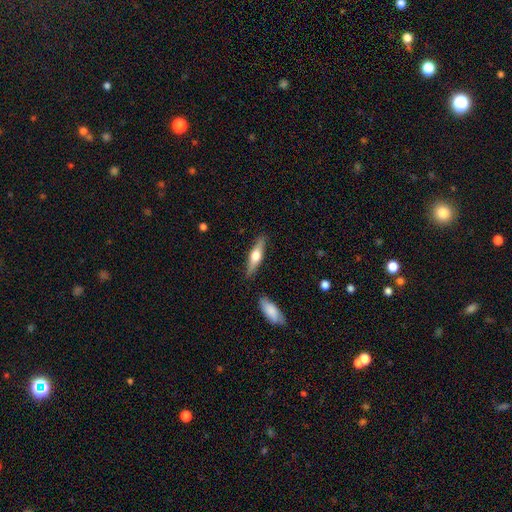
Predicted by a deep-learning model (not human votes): Smooth or featured?
  - featured or disk: 54% *
  - smooth: 40%
  - star or artifact: 6%
Edge-on disk?
  - yes: 94% *
  - no: 6%
Edge-on bulge?
  - rounded: 92% *
  - boxy: 5%
  - none: 2%
Merging?
  - none: 85% *
  - minor disturbance: 9%
  - merger: 3%
  - major disturbance: 2%